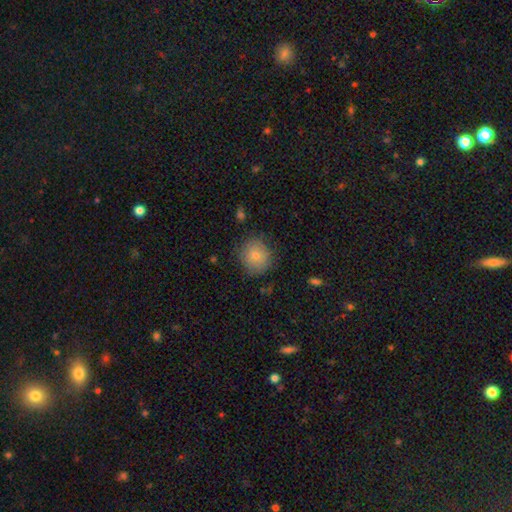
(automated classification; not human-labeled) Morphology: type=smooth (78%); roundness=round (85%); merging=none (83%).